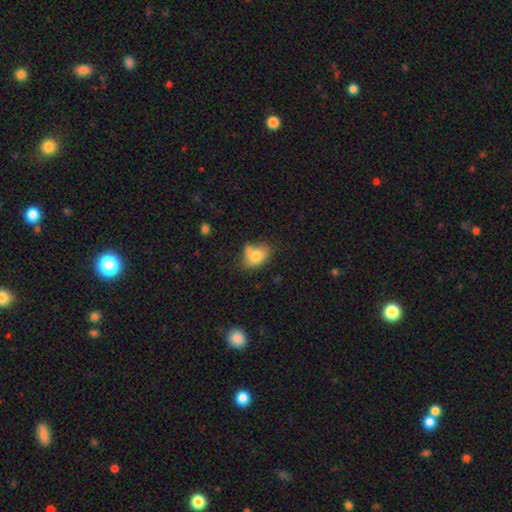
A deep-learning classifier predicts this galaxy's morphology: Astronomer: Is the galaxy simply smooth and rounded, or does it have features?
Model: smooth — 75%.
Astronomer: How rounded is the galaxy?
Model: in between — 73%.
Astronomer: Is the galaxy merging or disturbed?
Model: none — 43% (runner-up: minor disturbance, 25%).